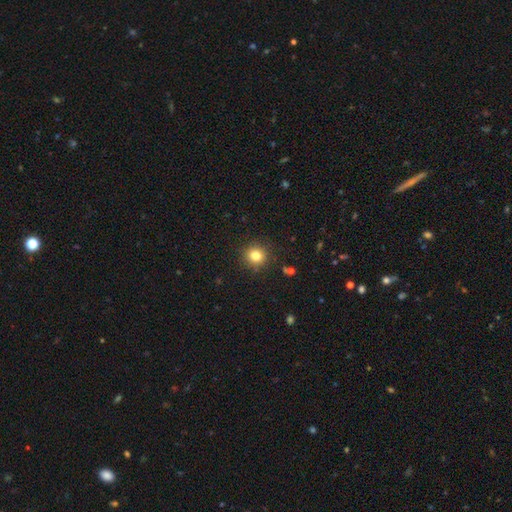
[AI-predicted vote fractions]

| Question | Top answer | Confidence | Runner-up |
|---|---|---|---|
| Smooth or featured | smooth | 81% | star or artifact (13%) |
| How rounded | round | 92% | in between (7%) |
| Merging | none | 90% | minor disturbance (6%) |